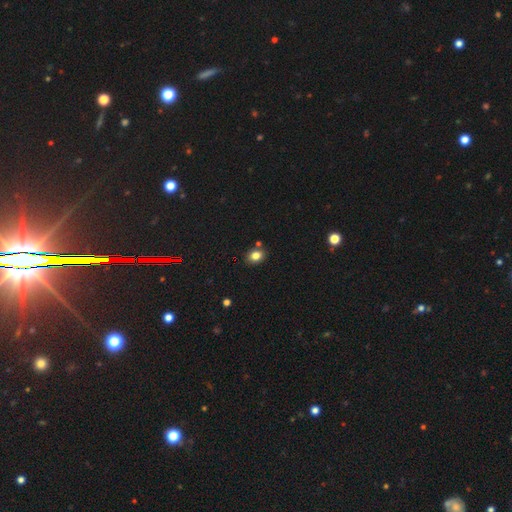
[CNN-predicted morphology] smooth 81%, star or artifact 12%, featured or disk 7%. Down the decision tree: how rounded — in between (58%); merging — none (78%).